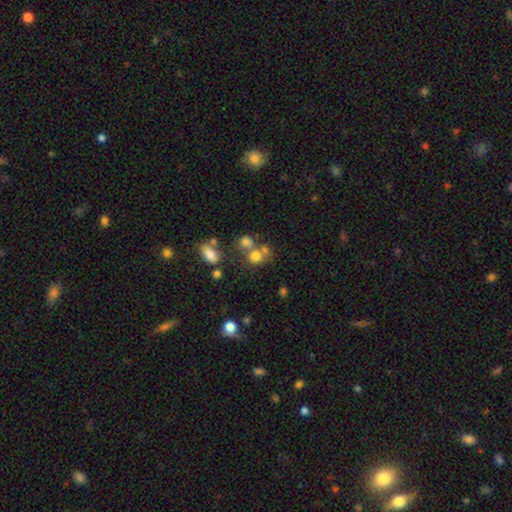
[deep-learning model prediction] Smooth or featured? smooth (72%)
How rounded? round (74%)
Merging? none (46%)